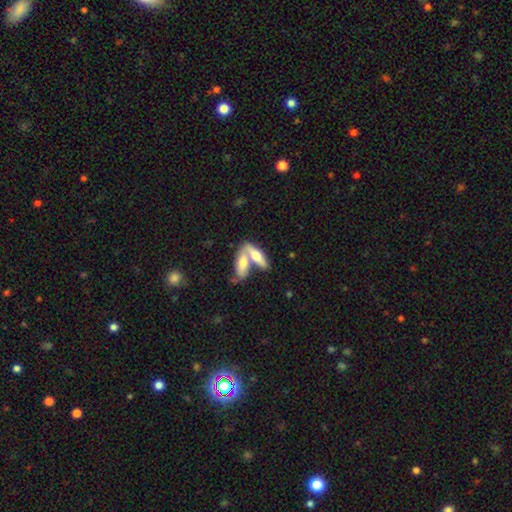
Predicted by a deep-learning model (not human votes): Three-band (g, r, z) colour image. It shows a smooth galaxy with no disk features (57%) that is in between round and cigar-shaped (56%). Merging: merger (60%).